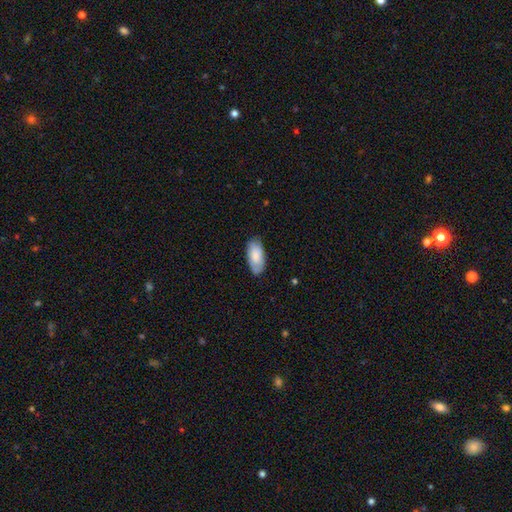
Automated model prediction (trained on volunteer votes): smooth-or-featured: smooth: 80% | featured or disk: 14% | star or artifact: 6%
  how-rounded: in between: 92% | cigar-shaped: 6% | round: 2%
  merging: none: 79% | minor disturbance: 17% | major disturbance: 3% | merger: 1%